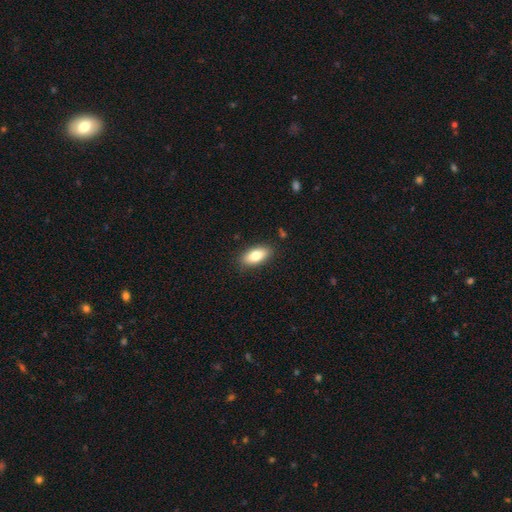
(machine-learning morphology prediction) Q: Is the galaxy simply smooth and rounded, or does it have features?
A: smooth — 79%.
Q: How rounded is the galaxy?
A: in between — 87%.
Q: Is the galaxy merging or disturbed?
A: none — 87%.